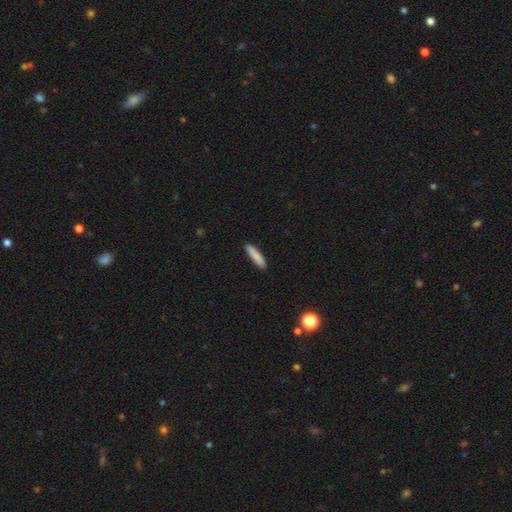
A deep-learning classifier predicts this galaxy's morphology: Q: Smooth or featured?
A: smooth (85%); runner-up: featured or disk (8%)
Q: How rounded?
A: cigar-shaped (85%); runner-up: in between (13%)
Q: Merging?
A: none (88%); runner-up: minor disturbance (9%)